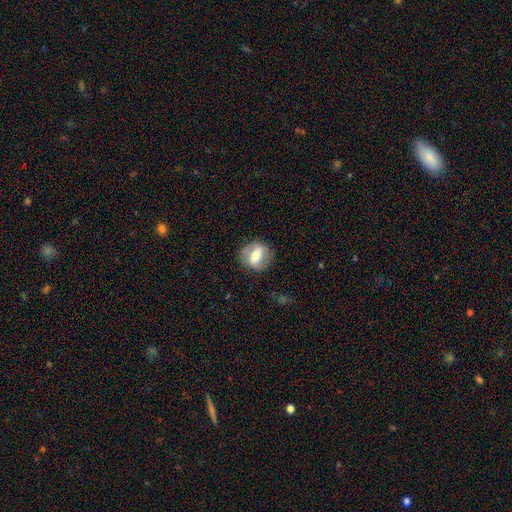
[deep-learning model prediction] Smooth or featured: featured or disk — 52% (smooth — 40%)
Edge-on disk: no — 90% (yes — 10%)
Merging: none — 79% (minor disturbance — 14%)